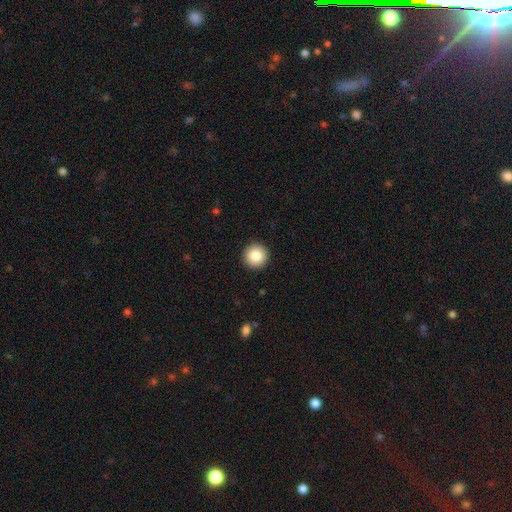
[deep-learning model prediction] Smooth or featured: smooth — 85% (star or artifact — 9%)
How rounded: round — 96% (in between — 3%)
Merging: none — 93% (minor disturbance — 4%)